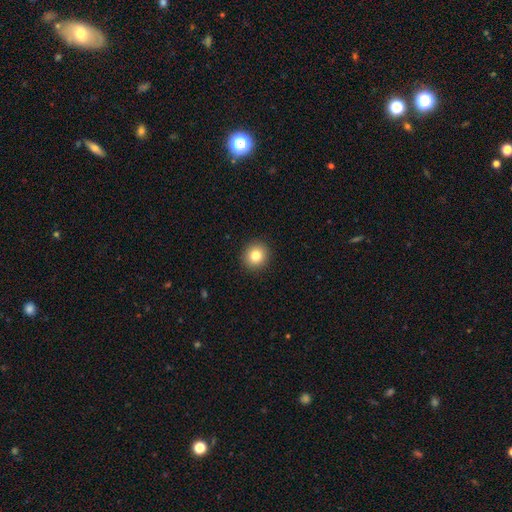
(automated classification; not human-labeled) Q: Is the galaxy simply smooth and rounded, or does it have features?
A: smooth — 82%.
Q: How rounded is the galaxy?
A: round — 90%.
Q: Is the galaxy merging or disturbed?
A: none — 92%.